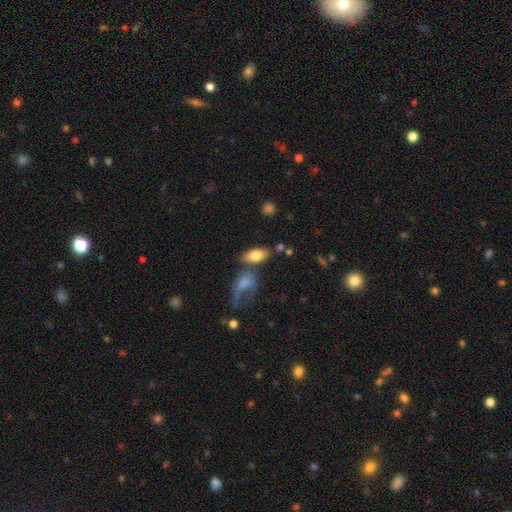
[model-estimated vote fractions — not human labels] This appears to be a smooth galaxy with no disk features (77%) that is in between round and cigar-shaped (89%). Merging: none (57%).